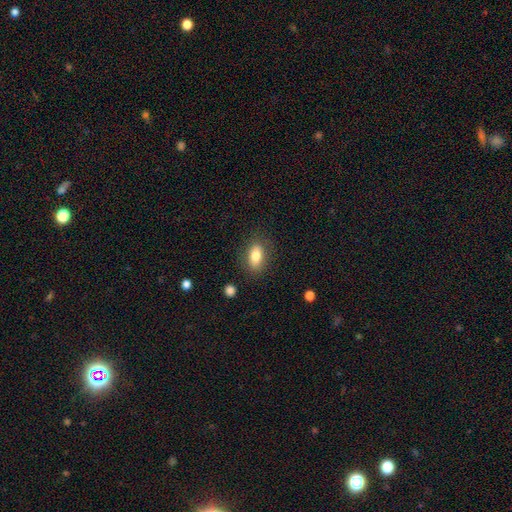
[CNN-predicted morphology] smooth_or_featured: smooth (p=0.80) [alt: featured or disk p=0.12]
how_rounded: in between (p=0.86) [alt: round p=0.08]
merging: none (p=0.84) [alt: minor disturbance p=0.11]